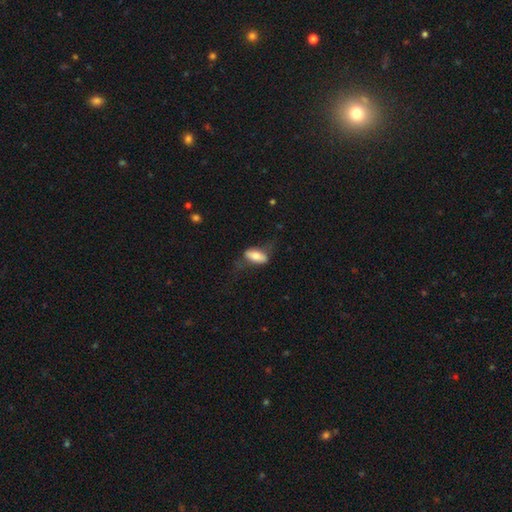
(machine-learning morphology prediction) Smooth or featured?
  - smooth: 67% *
  - featured or disk: 27%
  - star or artifact: 6%
How rounded?
  - in between: 80% *
  - cigar-shaped: 17%
  - round: 3%
Merging?
  - none: 53% *
  - minor disturbance: 26%
  - major disturbance: 18%
  - merger: 2%